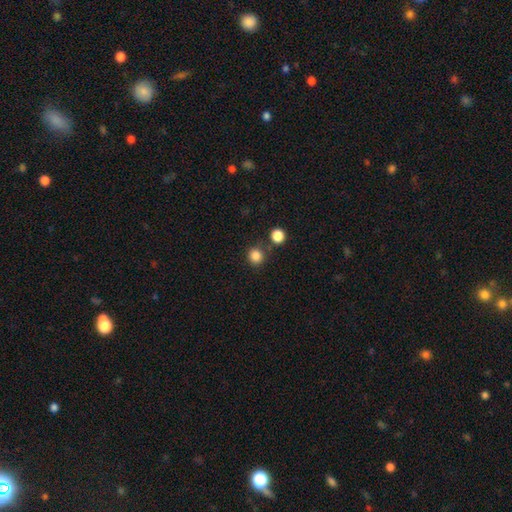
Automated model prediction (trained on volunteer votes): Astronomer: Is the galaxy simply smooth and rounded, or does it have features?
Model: smooth — 84%.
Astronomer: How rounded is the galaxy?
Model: round — 91%.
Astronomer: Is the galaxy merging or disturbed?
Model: none — 78%.